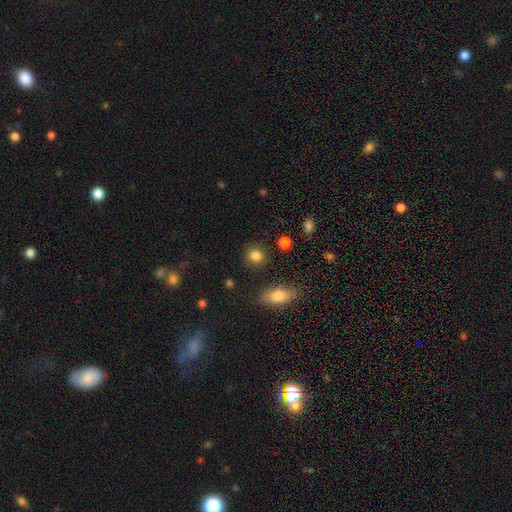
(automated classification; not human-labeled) The model was most divided on "how rounded": round: 80%, in between: 18%, cigar-shaped: 2%. More confident: merging — none (87%); smooth or featured — smooth (84%).